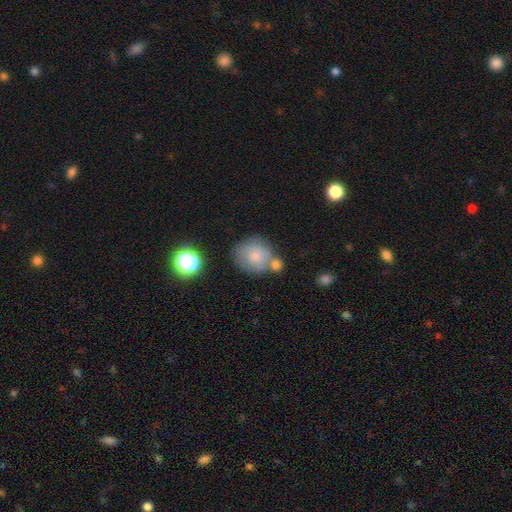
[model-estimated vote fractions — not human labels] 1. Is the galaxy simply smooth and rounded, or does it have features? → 66% smooth, 25% featured or disk, 9% star or artifact.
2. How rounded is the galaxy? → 80% round, 19% in between, 1% cigar-shaped.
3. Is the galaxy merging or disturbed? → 50% none, 24% merger, 18% minor disturbance, 8% major disturbance.